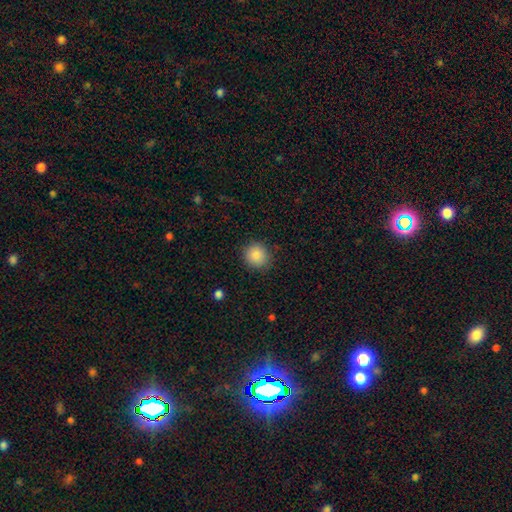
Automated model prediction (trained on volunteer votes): This appears to be a smooth galaxy with no disk features (86%) that is round (89%). Merging: none (89%).